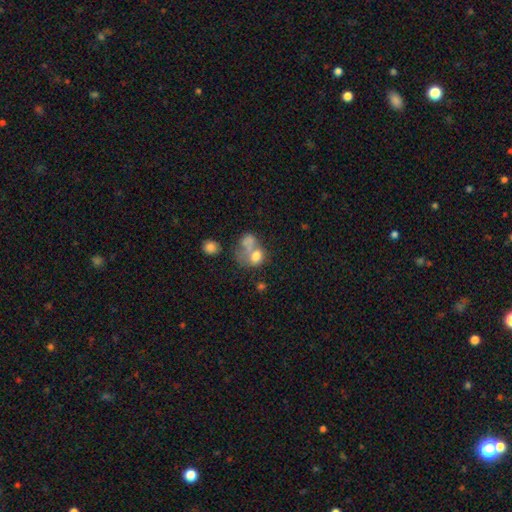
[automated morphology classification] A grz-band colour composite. It shows a smooth galaxy with no disk features (66%) that is in between round and cigar-shaped (54%). Merging: merger (52%).